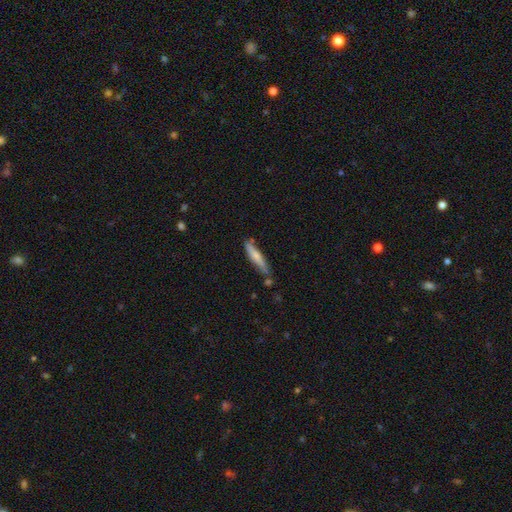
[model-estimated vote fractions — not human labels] smooth_or_featured: smooth (p=0.66) [alt: featured or disk p=0.29]
how_rounded: cigar-shaped (p=0.87) [alt: in between p=0.12]
merging: none (p=0.68) [alt: minor disturbance p=0.20]